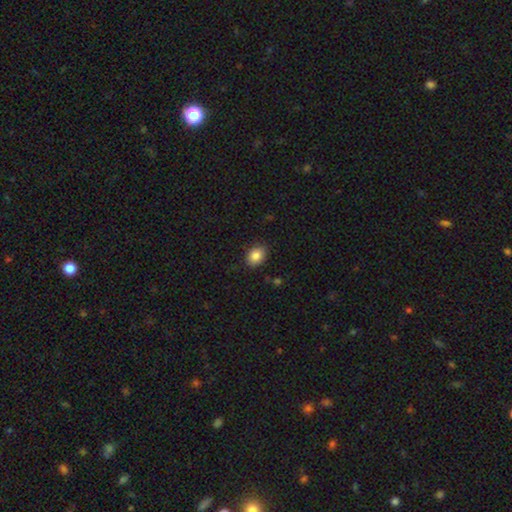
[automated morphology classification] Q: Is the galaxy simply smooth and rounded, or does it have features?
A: smooth — 85%.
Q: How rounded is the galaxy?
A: in between — 63%.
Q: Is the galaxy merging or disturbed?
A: none — 85%.